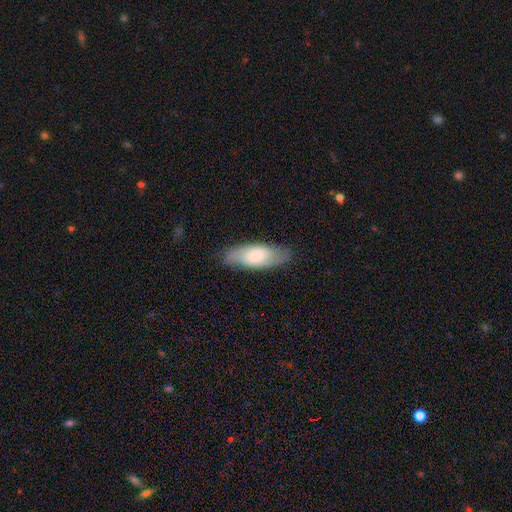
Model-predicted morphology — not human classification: A smooth galaxy with no disk features (63%) that is in between round and cigar-shaped (73%).

Vote fractions:
- Smooth or featured? smooth: 63% / featured or disk: 31% / star or artifact: 6%
- How rounded? in between: 73% / cigar-shaped: 25% / round: 2%
- Merging? none: 80% / minor disturbance: 16% / major disturbance: 4% / merger: 1%